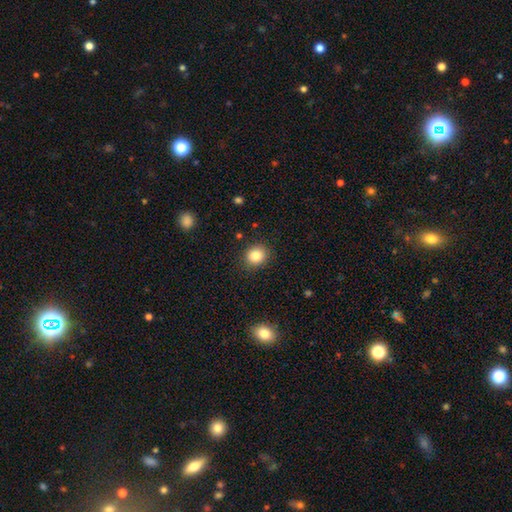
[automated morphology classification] Smooth or featured? smooth (84%)
How rounded? round (80%)
Merging? none (89%)